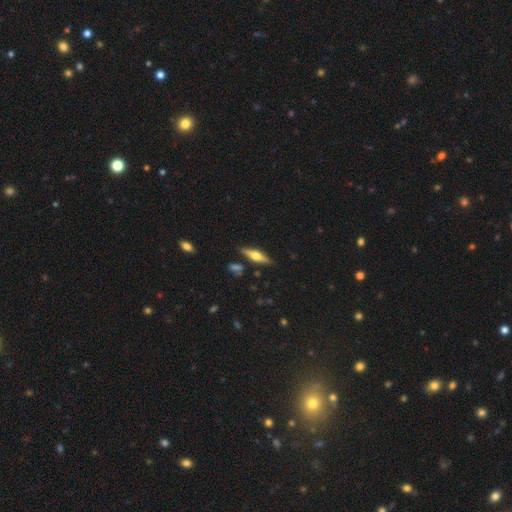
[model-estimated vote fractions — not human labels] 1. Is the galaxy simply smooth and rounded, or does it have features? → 57% featured or disk, 37% smooth, 6% star or artifact.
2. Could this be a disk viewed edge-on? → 94% yes, 6% no.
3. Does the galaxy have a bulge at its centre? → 93% rounded, 5% boxy, 2% none.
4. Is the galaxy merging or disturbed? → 85% none, 10% minor disturbance, 3% merger, 2% major disturbance.